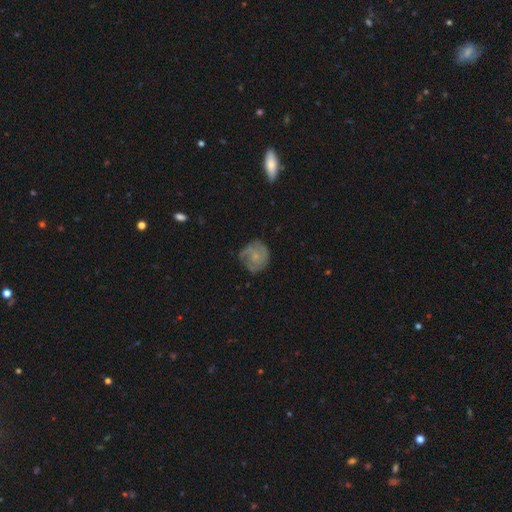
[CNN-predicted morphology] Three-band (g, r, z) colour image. It shows a featured or disk galaxy (55%) with no bar (80%), spiral arms (77%) and a small central bulge (65%). Merging: none (65%).